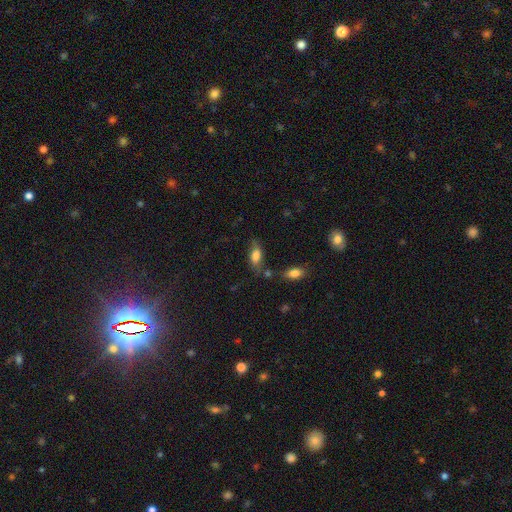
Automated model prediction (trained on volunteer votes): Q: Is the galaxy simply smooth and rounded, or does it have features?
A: smooth — 70%.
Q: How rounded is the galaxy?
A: in between — 80%.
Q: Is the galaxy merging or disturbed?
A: none — 56%.